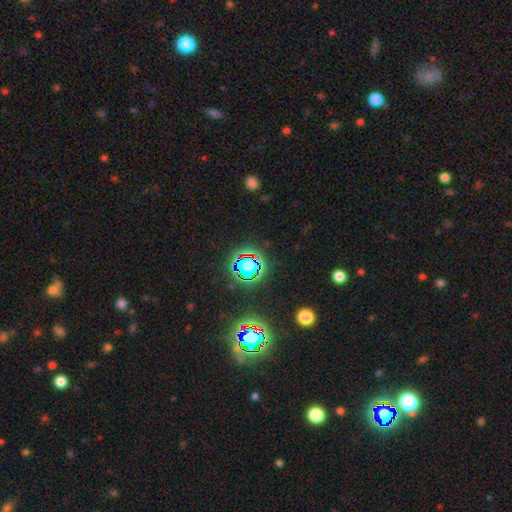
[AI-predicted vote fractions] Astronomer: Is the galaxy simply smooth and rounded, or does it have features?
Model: star or artifact — 78%.